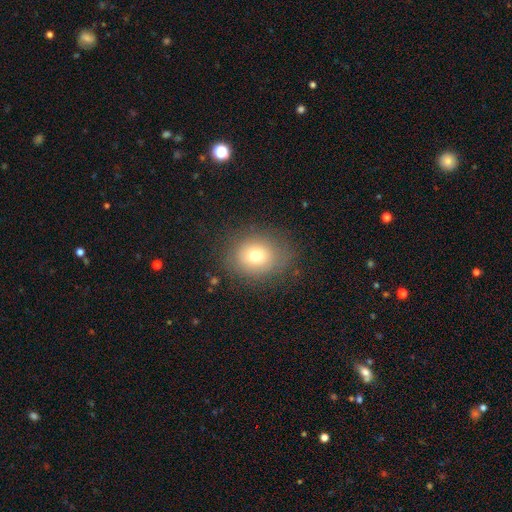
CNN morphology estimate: Smooth or featured? Predicted: smooth (p=0.73). How rounded? Predicted: round (p=0.64). Merging? Predicted: none (p=0.79).